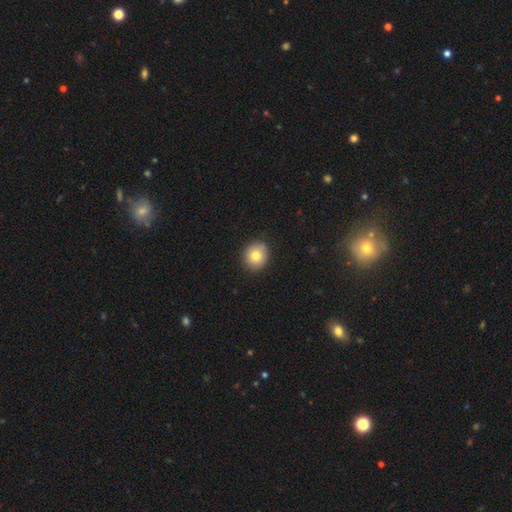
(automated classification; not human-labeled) smooth-or-featured: smooth: 79% | featured or disk: 12% | star or artifact: 10%
  how-rounded: round: 78% | in between: 21% | cigar-shaped: 1%
  merging: none: 87% | minor disturbance: 10% | major disturbance: 2% | merger: 1%